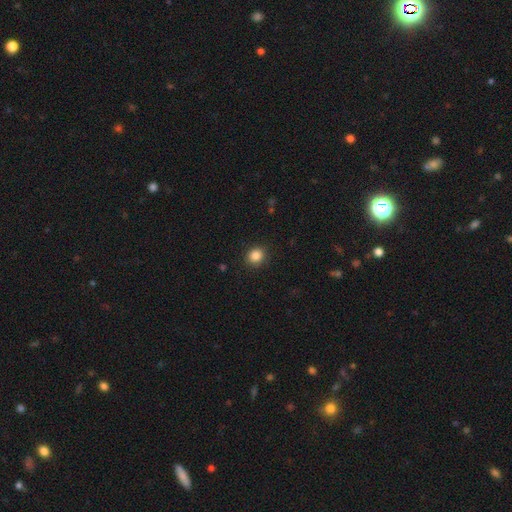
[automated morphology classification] Smooth or featured?
  - smooth: 85% *
  - star or artifact: 10%
  - featured or disk: 4%
How rounded?
  - round: 81% *
  - in between: 18%
  - cigar-shaped: 1%
Merging?
  - none: 90% *
  - minor disturbance: 7%
  - major disturbance: 2%
  - merger: 1%